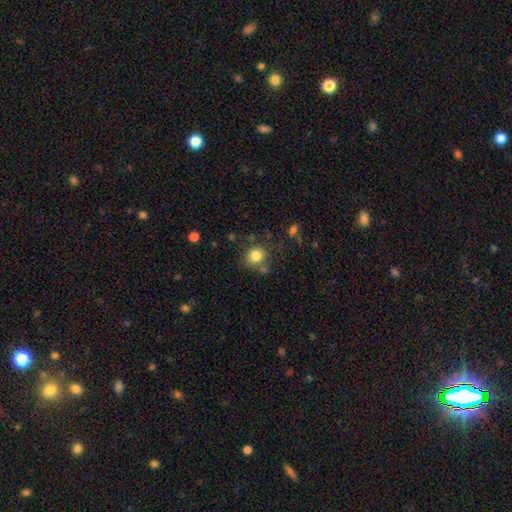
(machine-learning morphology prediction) Q: Smooth or featured?
A: smooth (82%); runner-up: star or artifact (11%)
Q: How rounded?
A: round (85%); runner-up: in between (14%)
Q: Merging?
A: none (72%); runner-up: minor disturbance (13%)